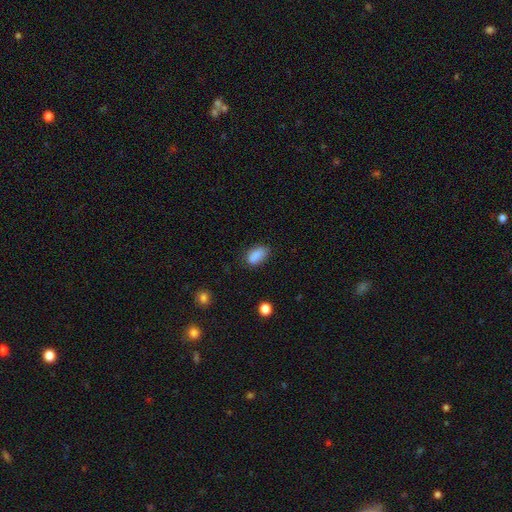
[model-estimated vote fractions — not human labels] A smooth galaxy with no disk features (86%) that is in between round and cigar-shaped (91%). Merging: none (72%).